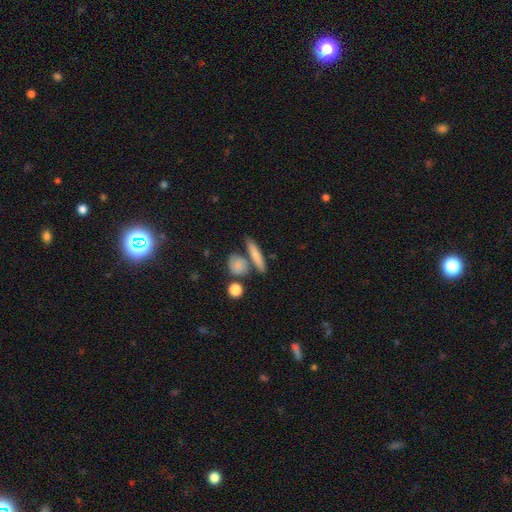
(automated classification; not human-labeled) Smooth or featured: smooth — 76% (featured or disk — 18%)
How rounded: cigar-shaped — 70% (in between — 20%)
Merging: none — 69% (merger — 16%)